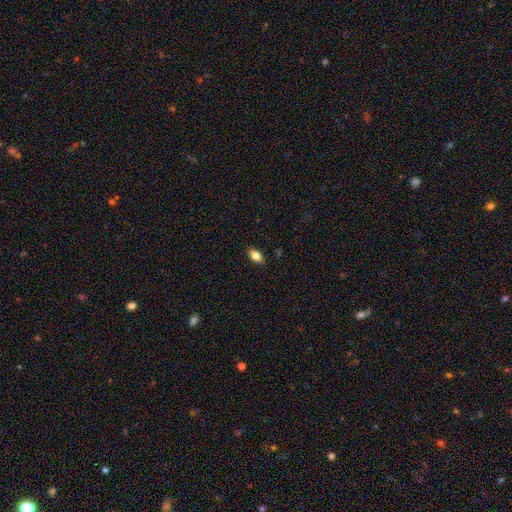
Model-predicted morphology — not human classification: Smooth or featured?
  - smooth: 83% *
  - star or artifact: 9%
  - featured or disk: 8%
How rounded?
  - in between: 89% *
  - round: 8%
  - cigar-shaped: 3%
Merging?
  - none: 87% *
  - minor disturbance: 9%
  - major disturbance: 2%
  - merger: 1%